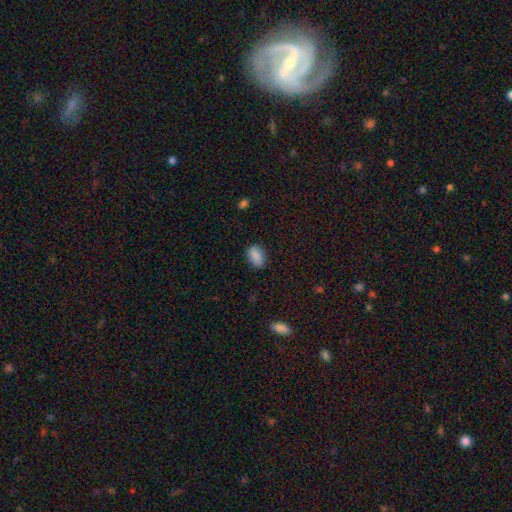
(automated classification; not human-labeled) Smooth or featured? smooth (87%)
How rounded? in between (84%)
Merging? none (83%)